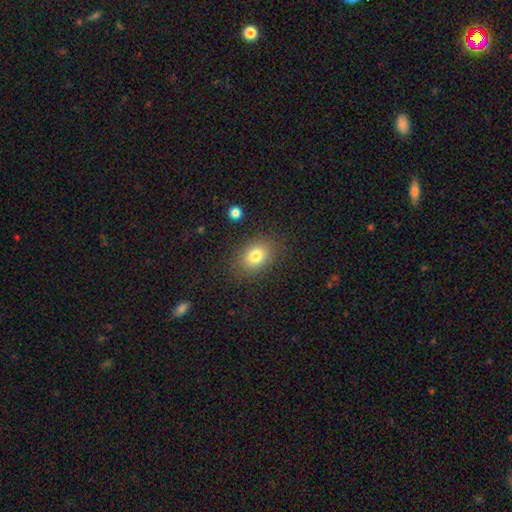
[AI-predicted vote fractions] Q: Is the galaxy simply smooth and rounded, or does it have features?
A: smooth — 78%.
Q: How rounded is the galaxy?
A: in between — 64%.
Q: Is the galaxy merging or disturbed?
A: none — 84%.